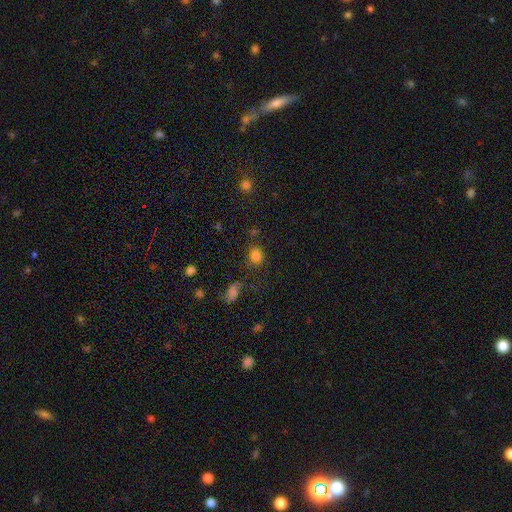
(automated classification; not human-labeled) Morphology: type=smooth (77%); roundness=round (55%); merging=none (73%).